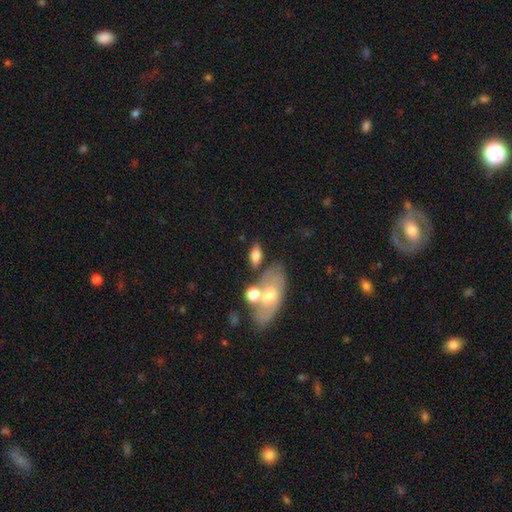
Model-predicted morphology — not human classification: This appears to be a smooth galaxy with no disk features (71%) that is in between round and cigar-shaped (85%). Merging: none (60%).